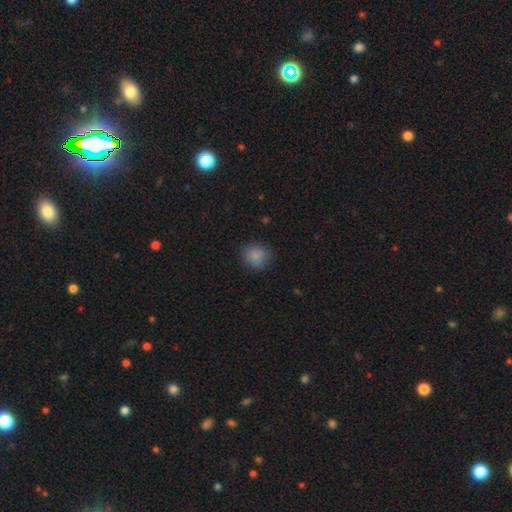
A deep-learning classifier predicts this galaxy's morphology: This is clearly a smooth galaxy (84%). How rounded: clearly round (81%). Merging: likely none (80%).